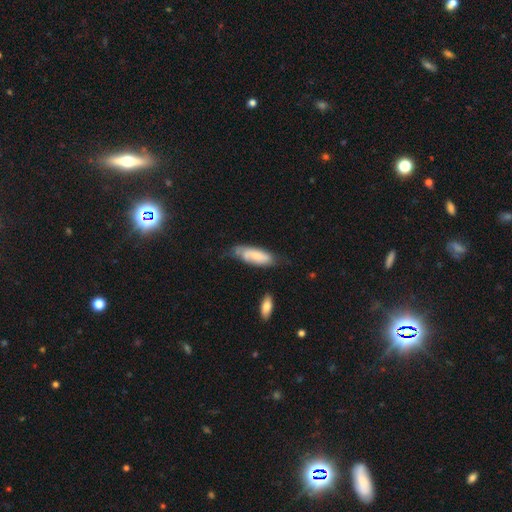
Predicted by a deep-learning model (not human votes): Morphology: type=smooth (59%); roundness=in between (72%); merging=none (48%).